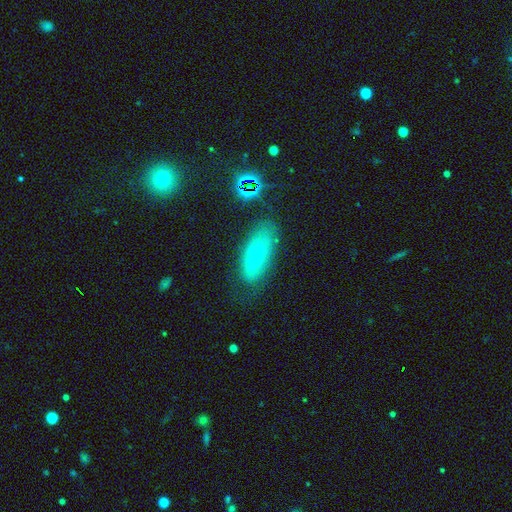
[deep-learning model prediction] Morphology: type=smooth (56%); roundness=in between (79%); merging=none (70%).